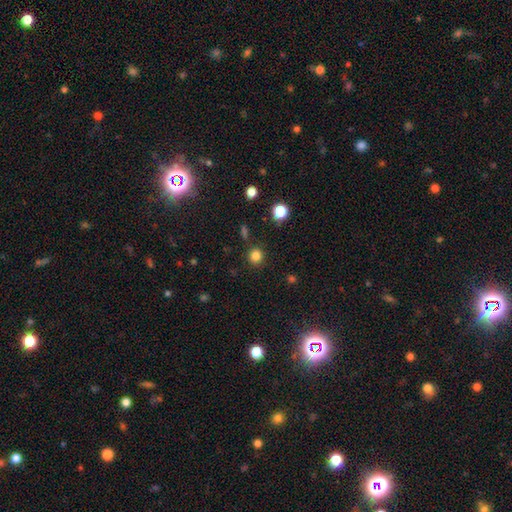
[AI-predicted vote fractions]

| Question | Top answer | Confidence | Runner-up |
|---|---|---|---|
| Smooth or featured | smooth | 82% | star or artifact (14%) |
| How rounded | round | 91% | in between (8%) |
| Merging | none | 88% | minor disturbance (7%) |